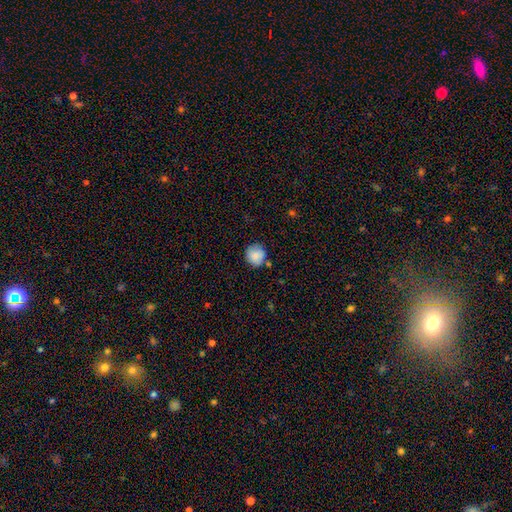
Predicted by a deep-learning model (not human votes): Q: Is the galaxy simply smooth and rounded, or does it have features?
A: smooth — 86%.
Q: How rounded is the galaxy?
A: round — 92%.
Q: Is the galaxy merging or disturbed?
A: none — 79%.